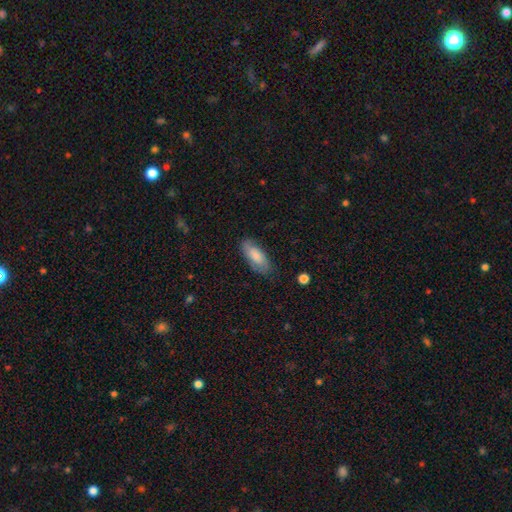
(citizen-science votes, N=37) Smooth or featured?
  - smooth: 62% *
  - featured or disk: 38%
  - star or artifact: 0%
How rounded?
  - in between: 61% *
  - cigar-shaped: 39%
  - round: 0%
Merging?
  - none: 68% *
  - minor disturbance: 22%
  - major disturbance: 11%
  - merger: 0%